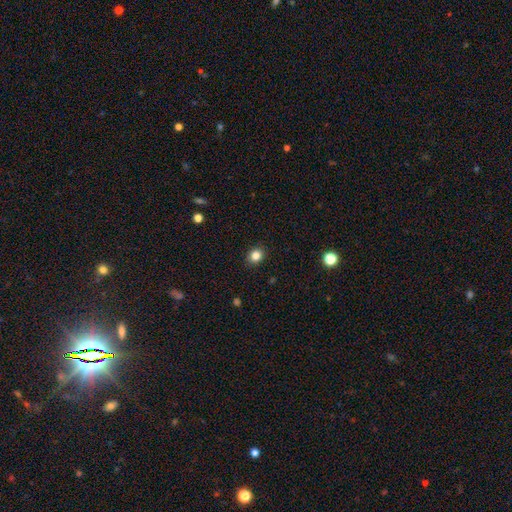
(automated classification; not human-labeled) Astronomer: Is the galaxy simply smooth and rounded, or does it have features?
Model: smooth — 83%.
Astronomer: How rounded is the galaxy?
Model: round — 68%.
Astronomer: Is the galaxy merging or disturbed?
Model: none — 91%.